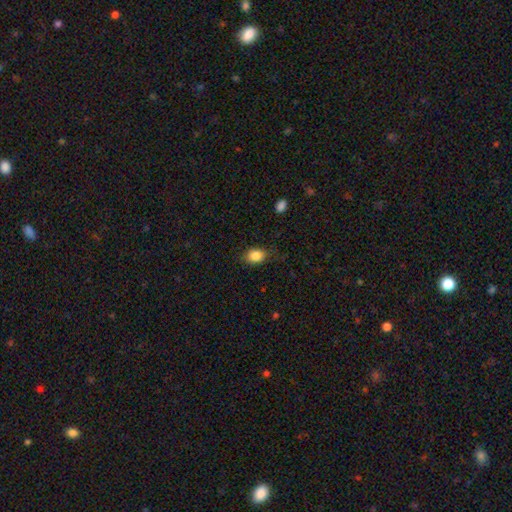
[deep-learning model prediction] smooth_or_featured: smooth (p=0.86) [alt: star or artifact p=0.09]
how_rounded: in between (p=0.71) [alt: round p=0.28]
merging: none (p=0.77) [alt: minor disturbance p=0.17]